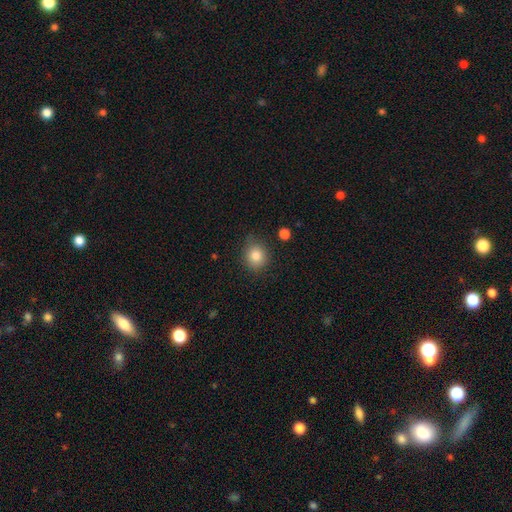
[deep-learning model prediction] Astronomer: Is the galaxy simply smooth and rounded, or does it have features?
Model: smooth — 83%.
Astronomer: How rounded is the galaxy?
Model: round — 76%.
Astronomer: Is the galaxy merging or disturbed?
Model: none — 80%.